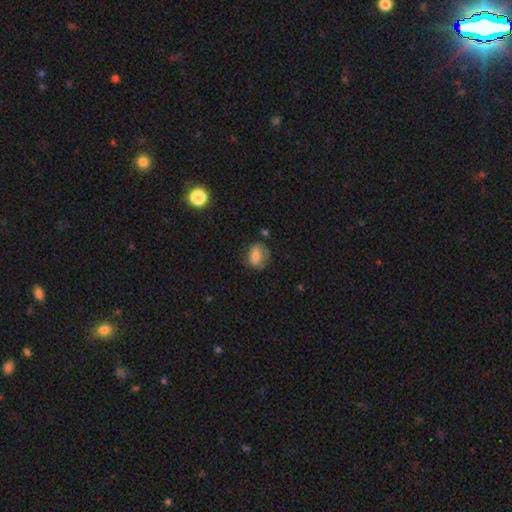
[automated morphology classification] Smooth or featured? Predicted: smooth (p=0.61). How rounded? Predicted: in between (p=0.65). Merging? Predicted: none (p=0.57).